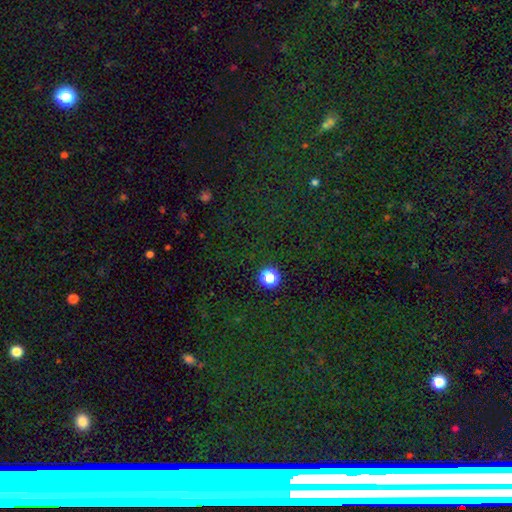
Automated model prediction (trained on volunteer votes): smooth_or_featured: star or artifact (p=0.68) [alt: featured or disk p=0.17]